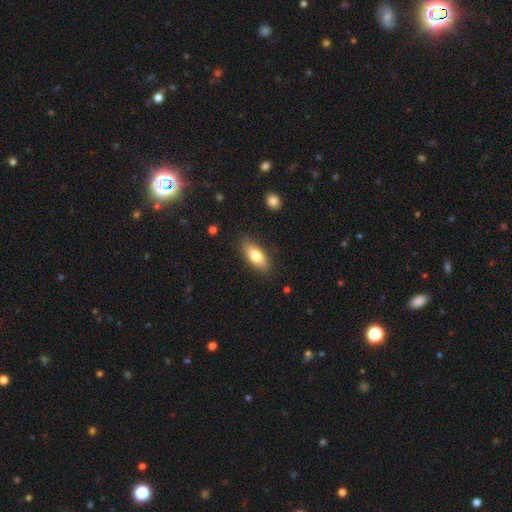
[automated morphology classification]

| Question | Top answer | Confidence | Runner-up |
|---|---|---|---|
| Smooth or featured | smooth | 77% | featured or disk (16%) |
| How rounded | in between | 83% | cigar-shaped (14%) |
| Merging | none | 85% | minor disturbance (12%) |